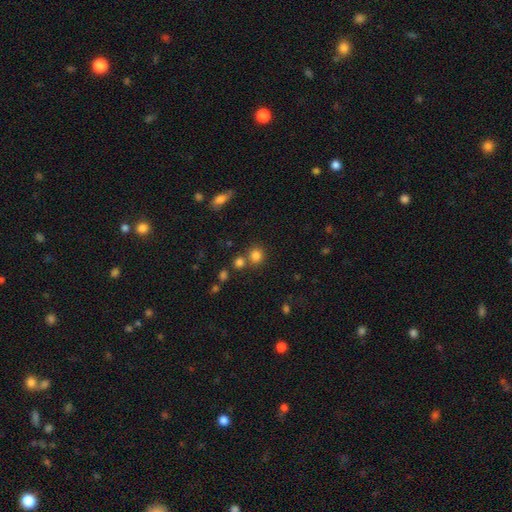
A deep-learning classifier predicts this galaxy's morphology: type=smooth (80%); roundness=round (85%); merging=none (67%).